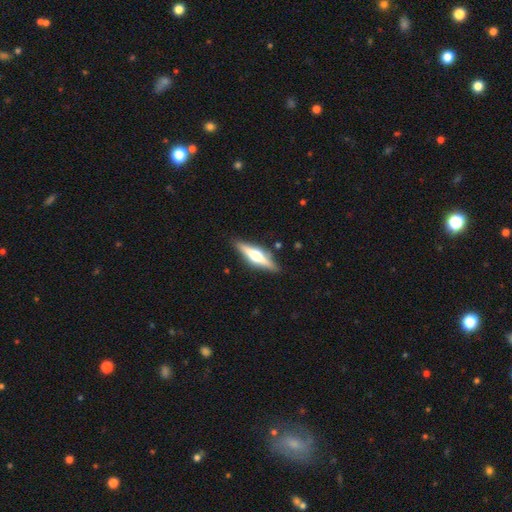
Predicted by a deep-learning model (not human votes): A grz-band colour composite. It shows a featured or disk galaxy (70%) viewed edge-on (97%) with a rounded central bulge (94%). Merging: none (88%).